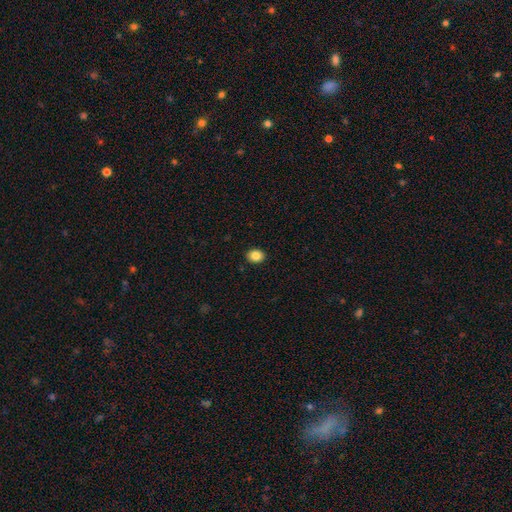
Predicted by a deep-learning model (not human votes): A smooth galaxy with no disk features (85%) that is round (52%).

Vote fractions:
- Smooth or featured? smooth: 85% / star or artifact: 9% / featured or disk: 5%
- How rounded? round: 52% / in between: 47% / cigar-shaped: 1%
- Merging? none: 91% / minor disturbance: 6% / major disturbance: 2% / merger: 1%